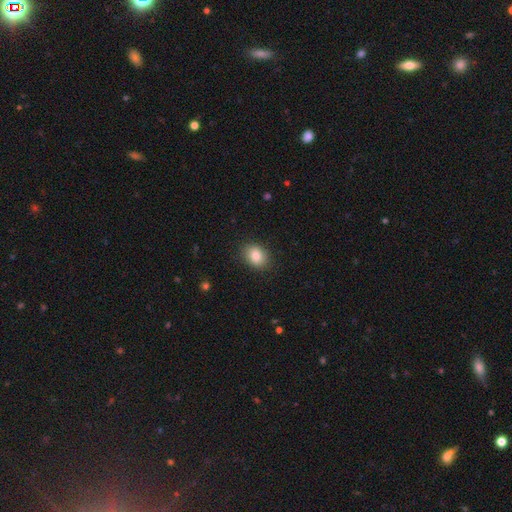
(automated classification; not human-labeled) Overall: smooth (84%). How rounded: in between (61%; round 38%). Merging: none (88%).